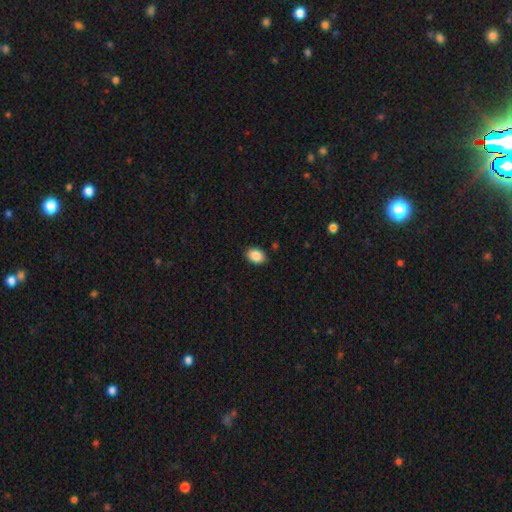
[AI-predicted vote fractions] Smooth or featured? smooth (89%)
How rounded? in between (80%)
Merging? none (88%)